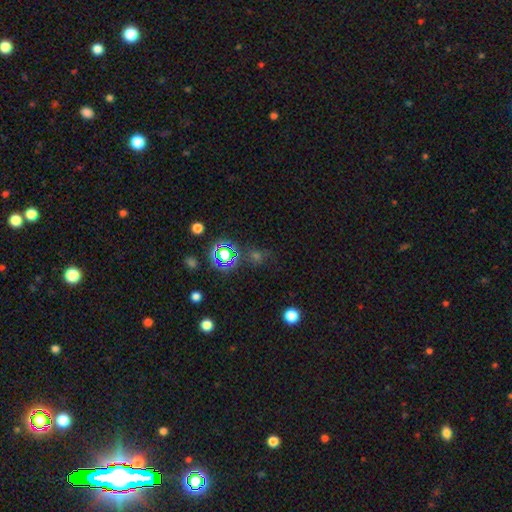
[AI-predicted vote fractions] Smooth or featured? star or artifact (59%)